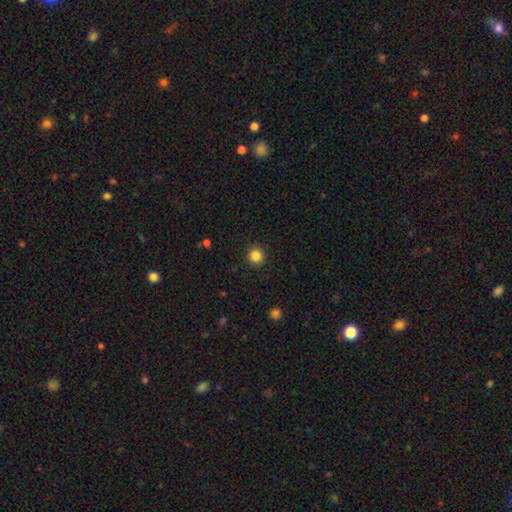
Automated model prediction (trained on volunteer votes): Smooth or featured? smooth (85%)
How rounded? round (94%)
Merging? none (92%)